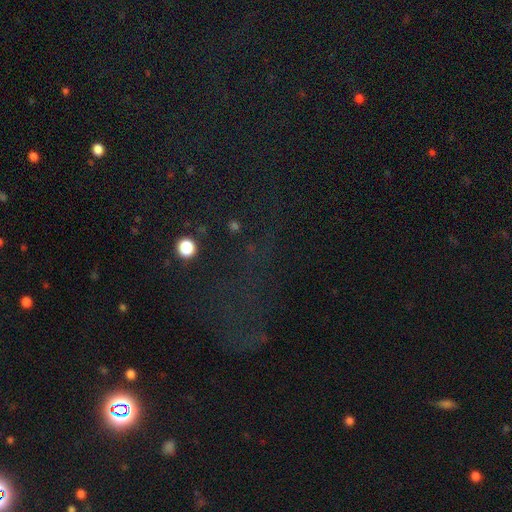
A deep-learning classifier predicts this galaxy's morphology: Smooth or featured? star or artifact (69%)